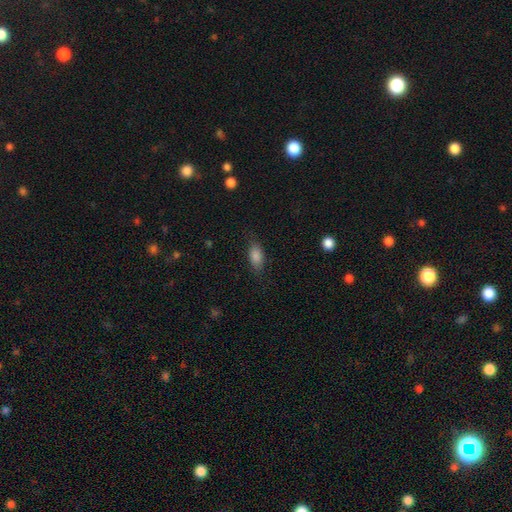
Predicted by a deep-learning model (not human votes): Overall: smooth (84%). How rounded: in between (85%). Merging: none (78%).